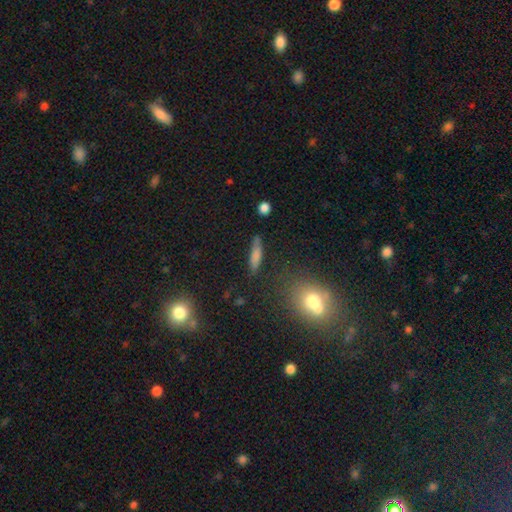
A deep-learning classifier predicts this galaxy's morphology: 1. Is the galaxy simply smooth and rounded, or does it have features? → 76% smooth, 16% featured or disk, 8% star or artifact.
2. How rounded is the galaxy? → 78% cigar-shaped, 20% in between, 3% round.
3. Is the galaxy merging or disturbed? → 77% none, 16% minor disturbance, 4% major disturbance, 3% merger.